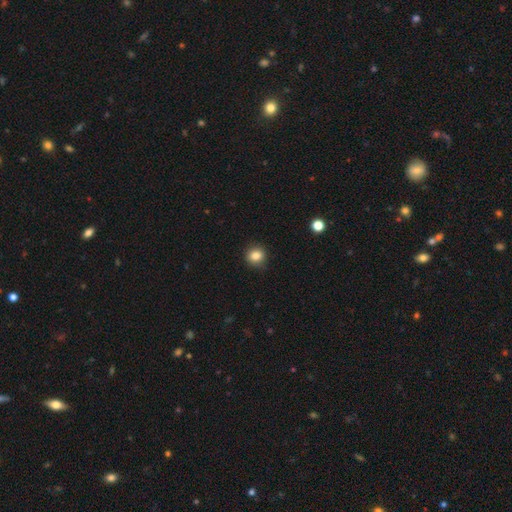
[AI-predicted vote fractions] smooth 84%, star or artifact 11%, featured or disk 5%. Down the decision tree: how rounded — round (82%); merging — none (89%).